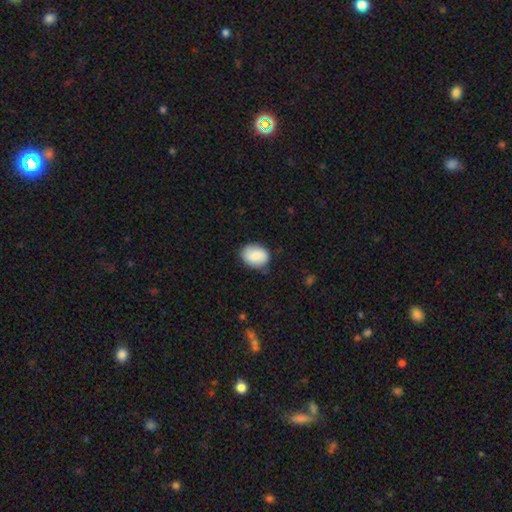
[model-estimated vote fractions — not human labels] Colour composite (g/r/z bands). It shows a smooth galaxy with no disk features (83%) that is in between round and cigar-shaped (59%). Merging: none (75%).